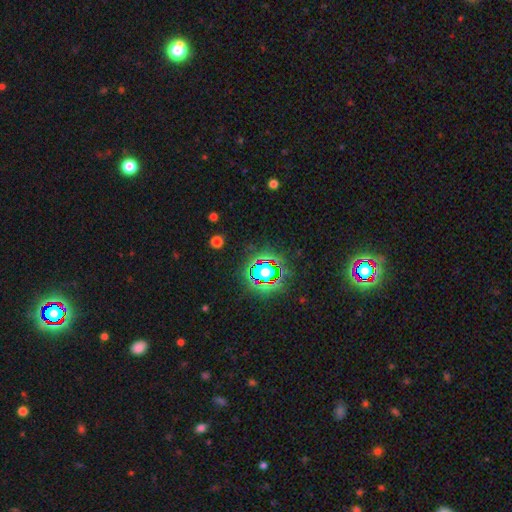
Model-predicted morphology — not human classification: type=star or artifact (80%).